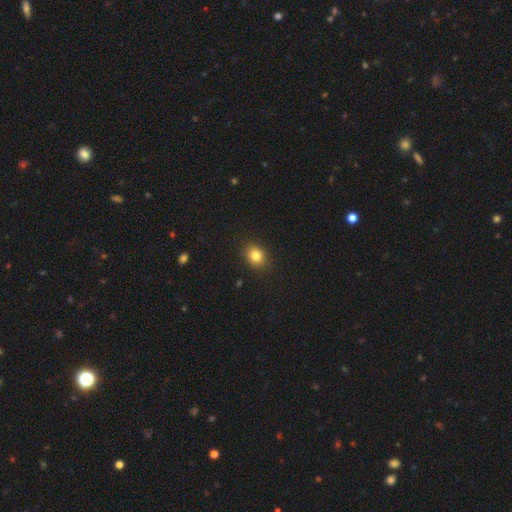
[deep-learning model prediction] A smooth galaxy with no disk features (83%) that is round (61%). Merging: none (88%).